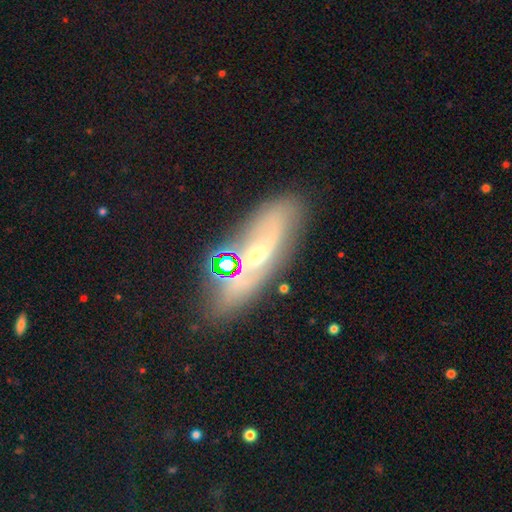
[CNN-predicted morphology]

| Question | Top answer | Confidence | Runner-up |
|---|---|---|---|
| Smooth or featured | featured or disk | 66% | smooth (22%) |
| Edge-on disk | no | 77% | yes (23%) |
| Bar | no | 43% | weak (36%) |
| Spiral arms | yes | 70% | no (30%) |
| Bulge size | small | 49% | moderate (43%) |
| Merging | none | 69% | minor disturbance (17%) |